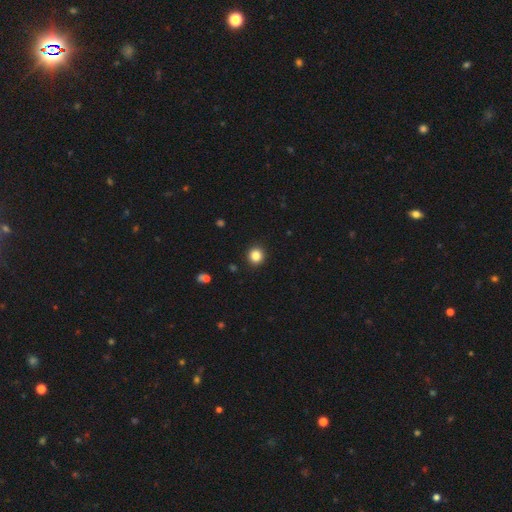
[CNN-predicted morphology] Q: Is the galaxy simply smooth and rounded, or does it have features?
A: smooth — 85%.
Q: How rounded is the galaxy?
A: round — 92%.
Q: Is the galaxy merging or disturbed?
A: none — 92%.